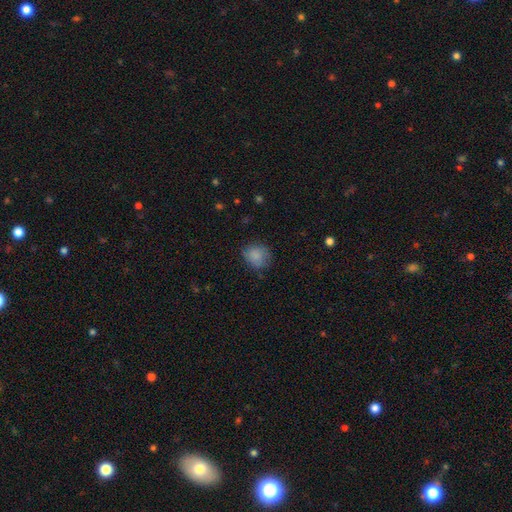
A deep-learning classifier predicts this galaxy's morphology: smooth-or-featured: smooth: 84% | star or artifact: 9% | featured or disk: 7%
  how-rounded: round: 78% | in between: 21% | cigar-shaped: 1%
  merging: none: 71% | minor disturbance: 22% | major disturbance: 6% | merger: 1%